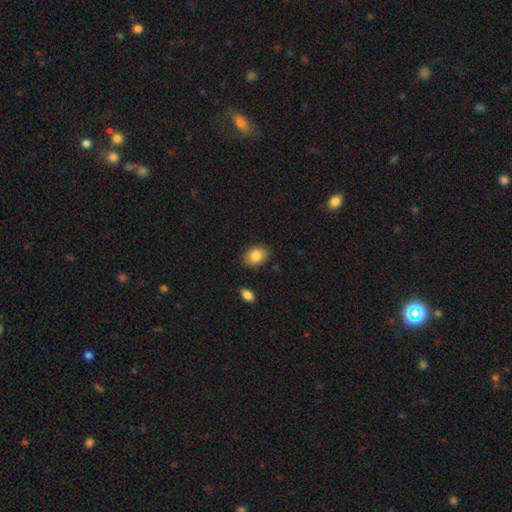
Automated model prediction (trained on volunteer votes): smooth_or_featured: smooth (p=0.85) [alt: star or artifact p=0.08]
how_rounded: in between (p=0.77) [alt: round p=0.21]
merging: none (p=0.85) [alt: minor disturbance p=0.10]